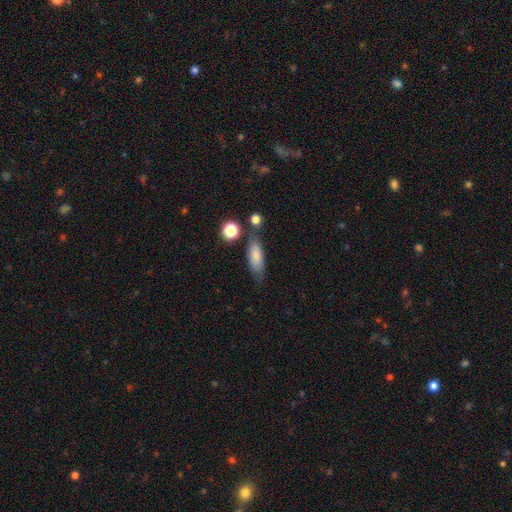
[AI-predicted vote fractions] smooth_or_featured: smooth (p=0.77) [alt: featured or disk p=0.15]
how_rounded: in between (p=0.65) [alt: cigar-shaped p=0.32]
merging: none (p=0.62) [alt: minor disturbance p=0.21]